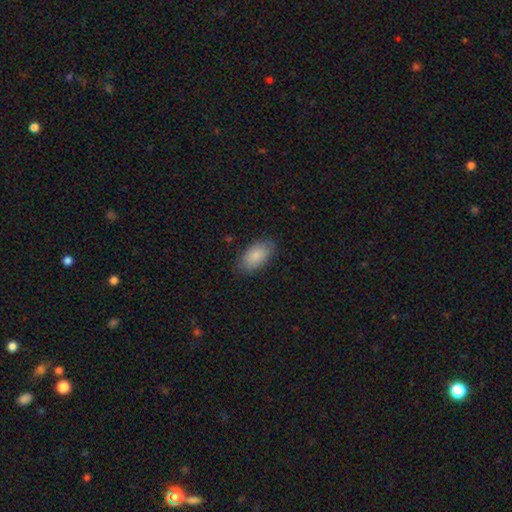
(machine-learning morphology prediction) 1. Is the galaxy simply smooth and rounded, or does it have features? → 86% smooth, 7% featured or disk, 6% star or artifact.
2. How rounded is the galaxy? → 94% in between, 4% round, 2% cigar-shaped.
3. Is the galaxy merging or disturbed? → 82% none, 14% minor disturbance, 3% major disturbance, 1% merger.